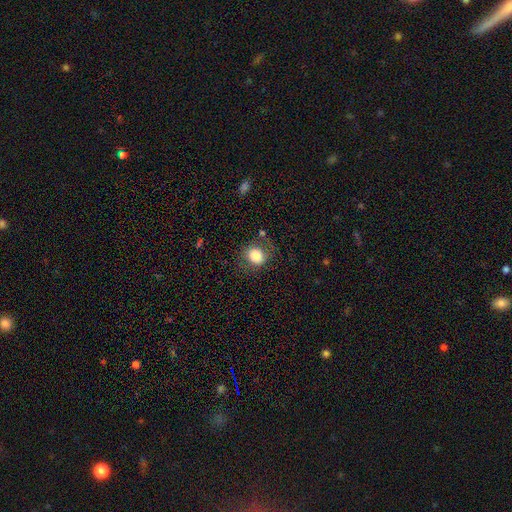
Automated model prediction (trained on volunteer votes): Smooth or featured: smooth — 80% (featured or disk — 11%)
How rounded: round — 67% (in between — 32%)
Merging: none — 74% (minor disturbance — 16%)